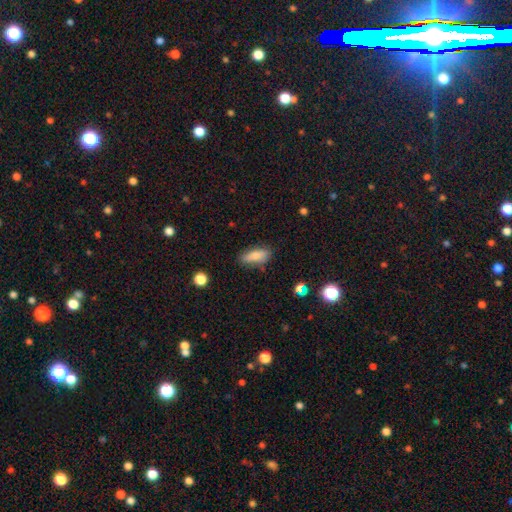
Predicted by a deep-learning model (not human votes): This is likely a smooth galaxy (77%). How rounded: likely in between (69%). Merging: likely none (77%).